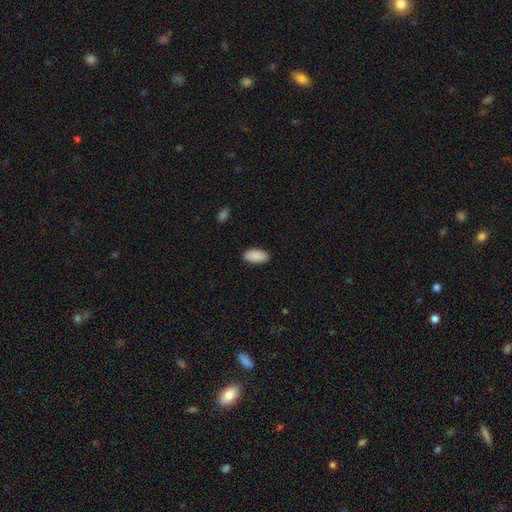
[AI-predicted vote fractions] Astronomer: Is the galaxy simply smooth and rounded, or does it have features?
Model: smooth — 91%.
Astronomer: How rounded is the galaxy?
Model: in between — 94%.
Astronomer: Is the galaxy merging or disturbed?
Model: none — 89%.